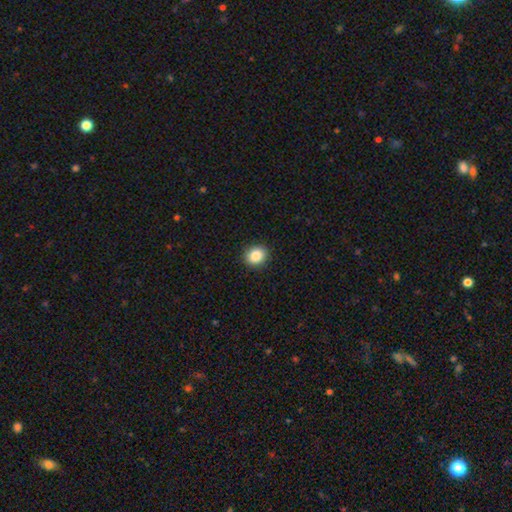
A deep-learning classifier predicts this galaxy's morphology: Smooth or featured? smooth (87%)
How rounded? round (69%)
Merging? none (91%)